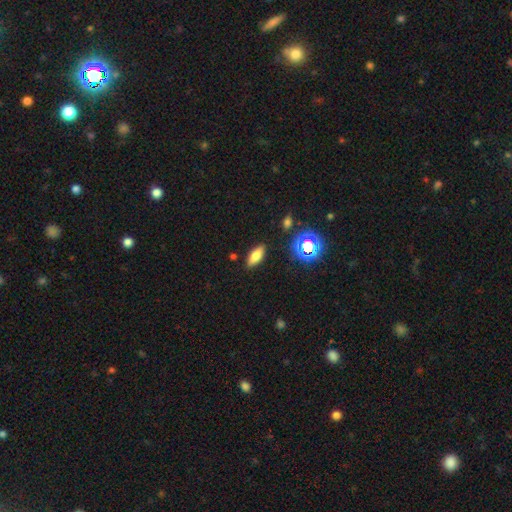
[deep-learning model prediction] Smooth or featured: smooth — 69% (featured or disk — 18%)
How rounded: in between — 74% (cigar-shaped — 22%)
Merging: none — 87% (minor disturbance — 9%)